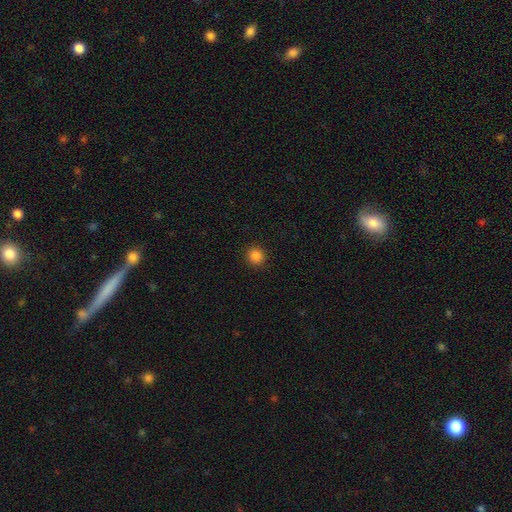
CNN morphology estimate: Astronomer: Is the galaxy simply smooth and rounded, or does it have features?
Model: smooth — 85%.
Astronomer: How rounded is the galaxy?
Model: round — 90%.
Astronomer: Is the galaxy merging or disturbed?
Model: none — 92%.